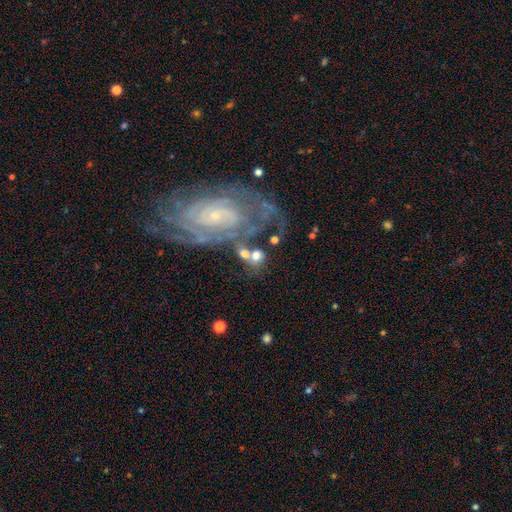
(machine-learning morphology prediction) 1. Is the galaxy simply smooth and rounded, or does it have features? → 49% smooth, 41% featured or disk, 11% star or artifact.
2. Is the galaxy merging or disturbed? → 46% none, 28% merger, 15% minor disturbance, 11% major disturbance.